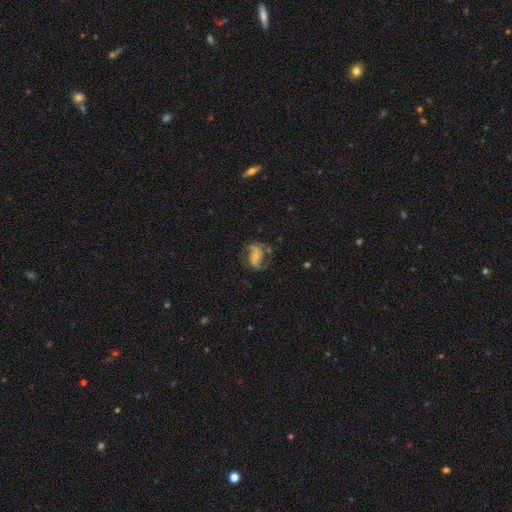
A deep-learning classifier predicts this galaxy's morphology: featured or disk 67%, smooth 25%, star or artifact 8%. Down the decision tree: edge-on disk — no (97%); bar — weak (39%); spiral arms — yes (84%); spiral arm count — 2 (78%); spiral winding — medium (47%); bulge size — small (49%); merging — none (54%).